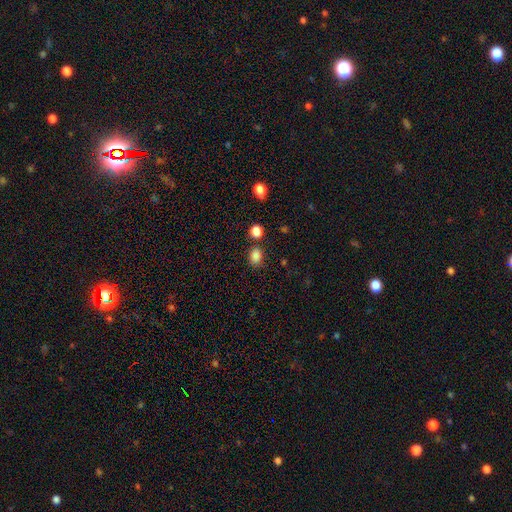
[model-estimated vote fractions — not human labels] smooth-or-featured: smooth: 85% | star or artifact: 11% | featured or disk: 4%
  how-rounded: in between: 59% | round: 40% | cigar-shaped: 1%
  merging: none: 76% | minor disturbance: 12% | merger: 9% | major disturbance: 4%